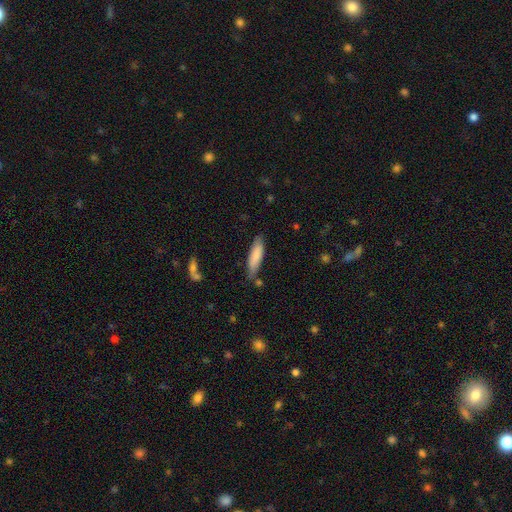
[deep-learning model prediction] The model was most divided on "how rounded": cigar-shaped: 68%, in between: 31%, round: 1%. More confident: smooth or featured — smooth (82%); merging — none (76%).